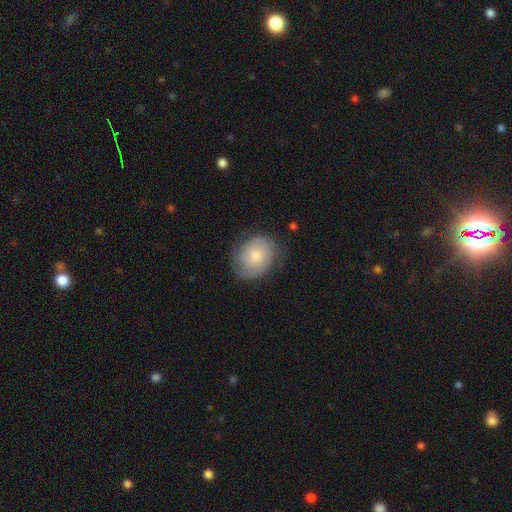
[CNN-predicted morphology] Q: Smooth or featured?
A: smooth (59%); runner-up: featured or disk (35%)
Q: How rounded?
A: in between (51%); runner-up: round (48%)
Q: Merging?
A: none (67%); runner-up: minor disturbance (24%)